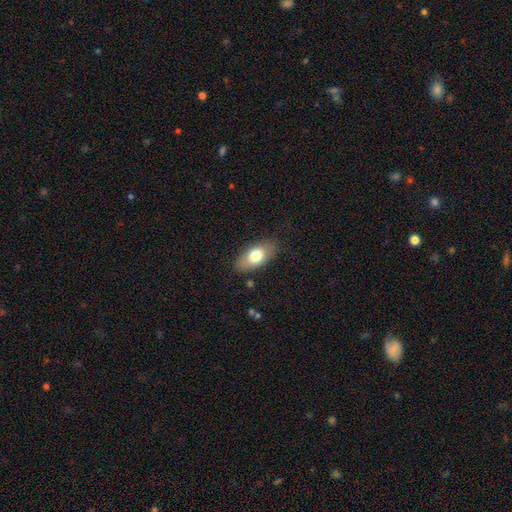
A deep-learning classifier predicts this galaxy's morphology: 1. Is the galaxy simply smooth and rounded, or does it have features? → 74% smooth, 20% featured or disk, 7% star or artifact.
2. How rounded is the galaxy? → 90% in between, 5% cigar-shaped, 5% round.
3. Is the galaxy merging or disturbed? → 83% none, 13% minor disturbance, 3% major disturbance, 1% merger.